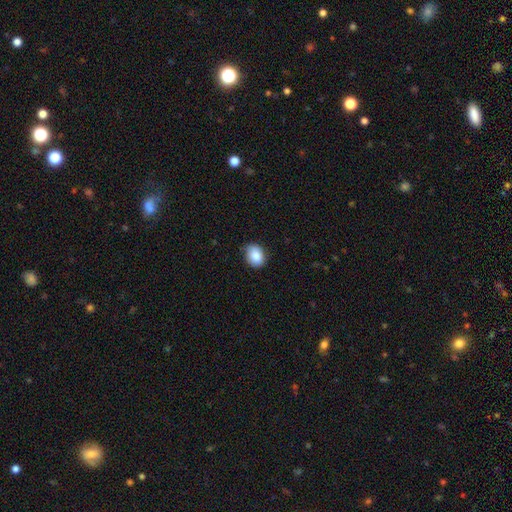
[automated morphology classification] Smooth or featured? smooth (85%)
How rounded? in between (55%)
Merging? none (79%)